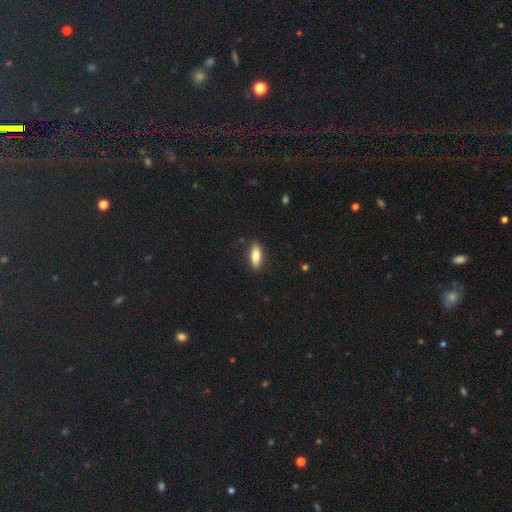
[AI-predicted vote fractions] Smooth or featured: smooth — 77% (featured or disk — 17%)
How rounded: in between — 72% (cigar-shaped — 26%)
Merging: none — 88% (minor disturbance — 9%)